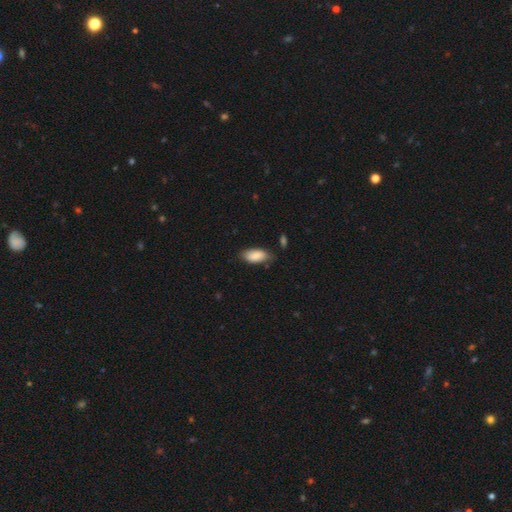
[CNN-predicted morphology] Q: Smooth or featured?
A: smooth (85%); runner-up: featured or disk (8%)
Q: How rounded?
A: in between (91%); runner-up: cigar-shaped (7%)
Q: Merging?
A: none (74%); runner-up: minor disturbance (20%)